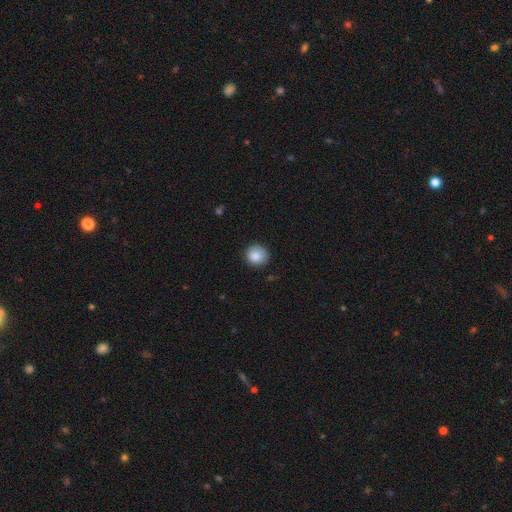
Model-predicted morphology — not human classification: smooth-or-featured: smooth: 86% | star or artifact: 9% | featured or disk: 5%
  how-rounded: round: 89% | in between: 10% | cigar-shaped: 1%
  merging: none: 86% | minor disturbance: 10% | major disturbance: 2% | merger: 1%